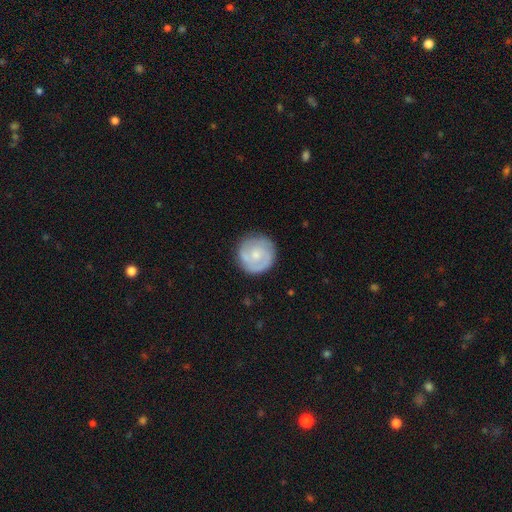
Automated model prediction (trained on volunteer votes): Morphology: type=featured or disk (56%); edge-on=no (98%); bar=no (73%); spiral arms=yes (80%); bulge=small (52%); merging=none (83%).